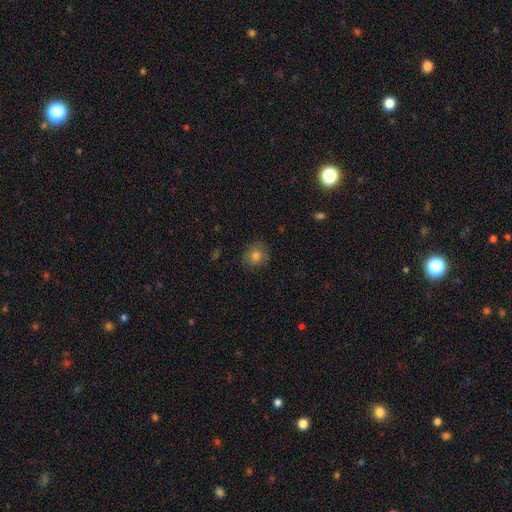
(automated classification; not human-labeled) smooth_or_featured: smooth (p=0.79) [alt: star or artifact p=0.12]
how_rounded: round (p=0.80) [alt: in between p=0.19]
merging: none (p=0.82) [alt: minor disturbance p=0.14]